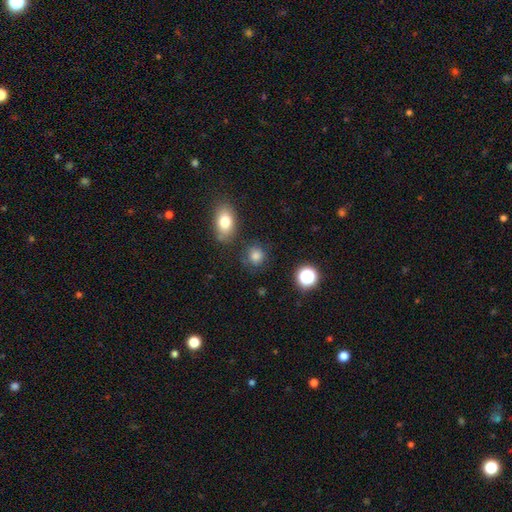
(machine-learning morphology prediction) This is likely a smooth galaxy (79%). How rounded: likely round (80%). Merging: likely none (78%).